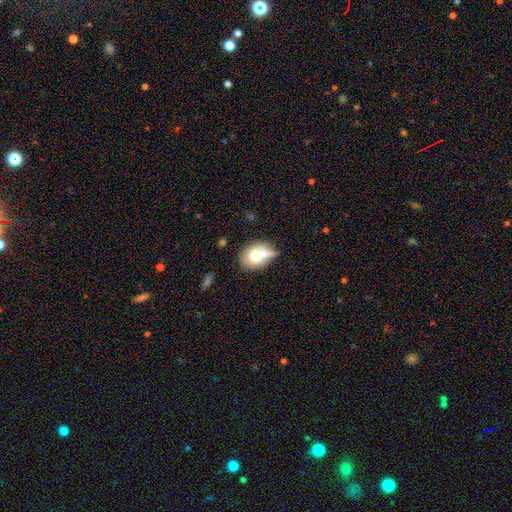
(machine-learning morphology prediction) This appears to be a smooth galaxy with no disk features (67%) that is in between round and cigar-shaped (53%). Merging: none (42%).